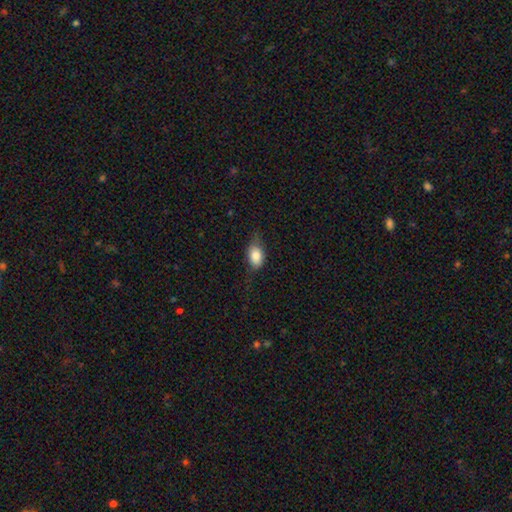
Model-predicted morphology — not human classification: Smooth or featured: smooth — 79% (featured or disk — 13%)
How rounded: in between — 82% (round — 16%)
Merging: none — 56% (minor disturbance — 31%)